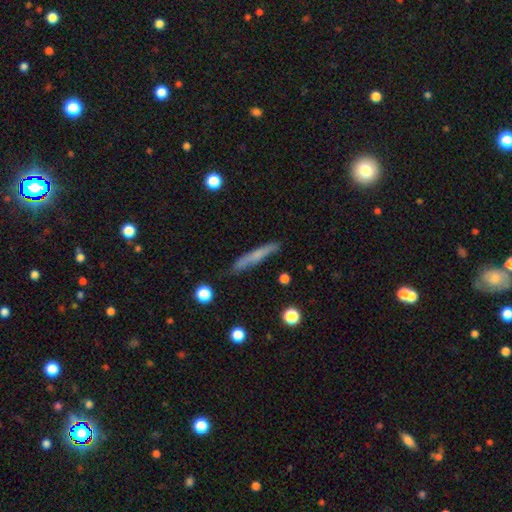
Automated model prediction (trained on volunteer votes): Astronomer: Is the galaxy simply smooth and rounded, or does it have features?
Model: smooth — 59%.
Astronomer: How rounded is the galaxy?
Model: cigar-shaped — 94%.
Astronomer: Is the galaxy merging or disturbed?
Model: none — 83%.